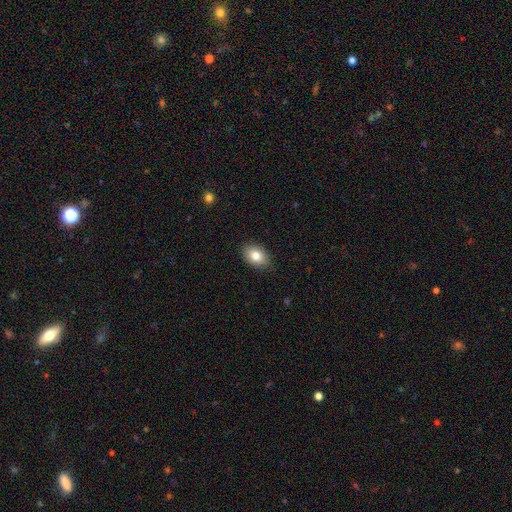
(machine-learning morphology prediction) type=smooth (82%); roundness=in between (84%); merging=none (85%).